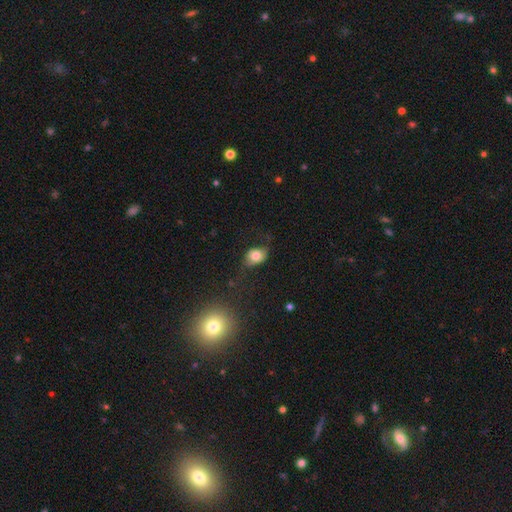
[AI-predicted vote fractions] smooth-or-featured: smooth: 68% | featured or disk: 23% | star or artifact: 9%
  how-rounded: in between: 65% | round: 34% | cigar-shaped: 1%
  merging: none: 55% | minor disturbance: 27% | major disturbance: 16% | merger: 3%